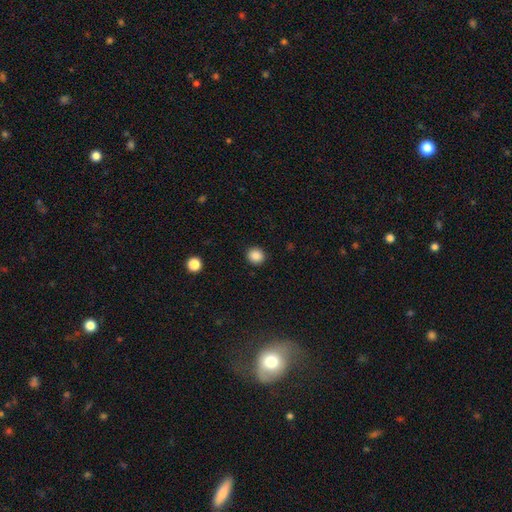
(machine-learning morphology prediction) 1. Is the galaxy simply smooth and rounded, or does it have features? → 86% smooth, 10% star or artifact, 4% featured or disk.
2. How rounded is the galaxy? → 86% round, 13% in between, 1% cigar-shaped.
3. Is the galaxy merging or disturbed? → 91% none, 6% minor disturbance, 2% major disturbance, 1% merger.